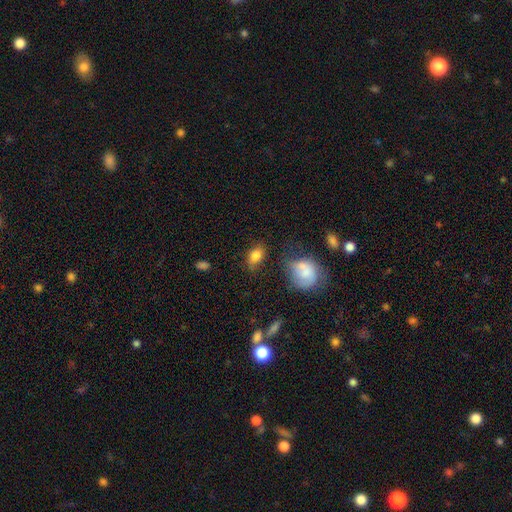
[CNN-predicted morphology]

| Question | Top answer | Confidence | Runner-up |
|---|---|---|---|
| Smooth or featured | smooth | 82% | star or artifact (9%) |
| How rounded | in between | 82% | round (15%) |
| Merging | none | 67% | minor disturbance (21%) |